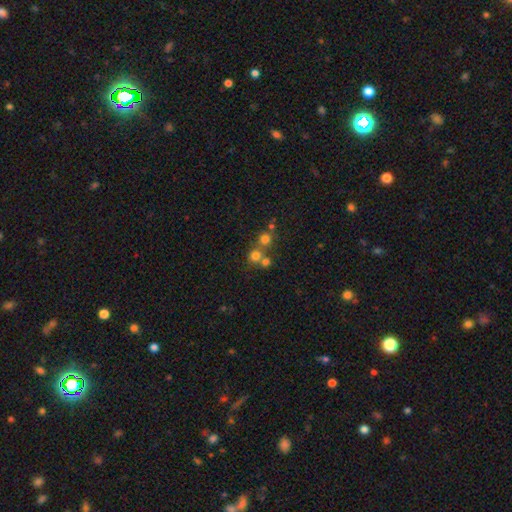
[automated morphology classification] Smooth or featured?
  - smooth: 69% *
  - star or artifact: 20%
  - featured or disk: 11%
How rounded?
  - round: 89% *
  - in between: 10%
  - cigar-shaped: 1%
Merging?
  - none: 54% *
  - merger: 37%
  - minor disturbance: 6%
  - major disturbance: 3%